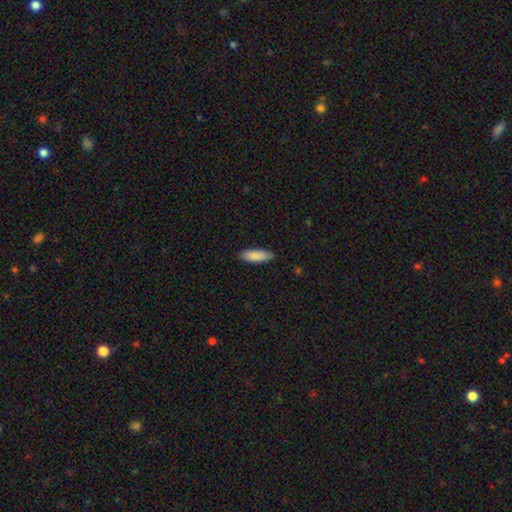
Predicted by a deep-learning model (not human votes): Smooth or featured? smooth (88%)
How rounded? cigar-shaped (50%)
Merging? none (89%)